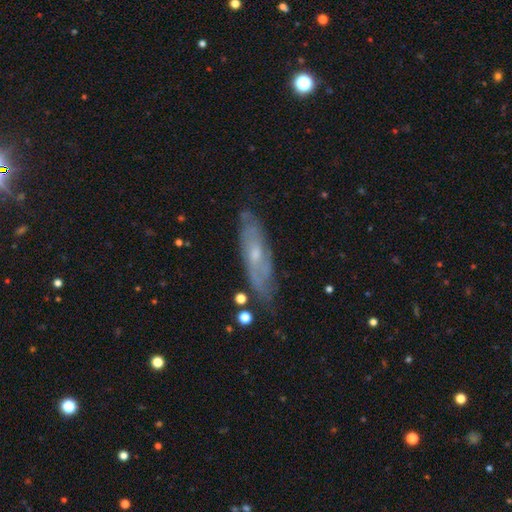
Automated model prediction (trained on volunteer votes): Morphology: type=featured or disk (68%); edge-on=no (69%); merging=none (72%).